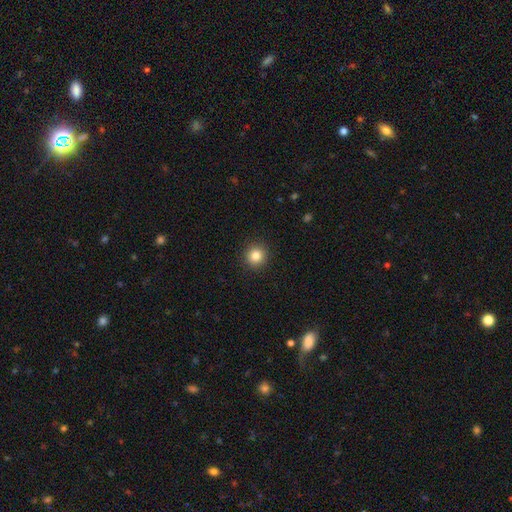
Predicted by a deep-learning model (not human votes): This is clearly a smooth galaxy (83%). How rounded: clearly round (94%). Merging: clearly none (93%).